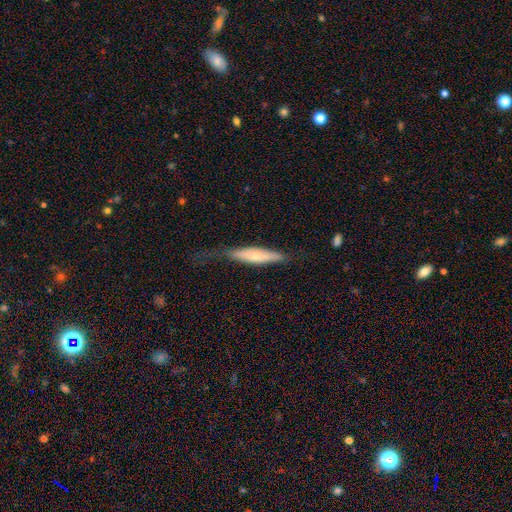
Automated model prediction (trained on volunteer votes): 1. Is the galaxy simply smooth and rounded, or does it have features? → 49% smooth, 45% featured or disk, 6% star or artifact.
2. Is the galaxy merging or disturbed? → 52% none, 28% minor disturbance, 18% major disturbance, 2% merger.